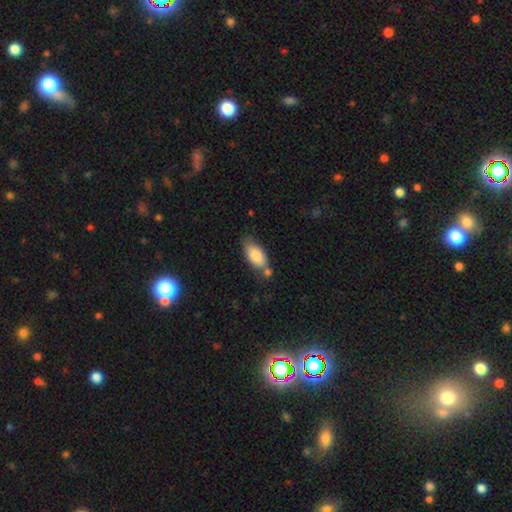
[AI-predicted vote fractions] This appears to be a smooth galaxy with no disk features (84%) that is in between round and cigar-shaped (89%). Merging: none (58%).